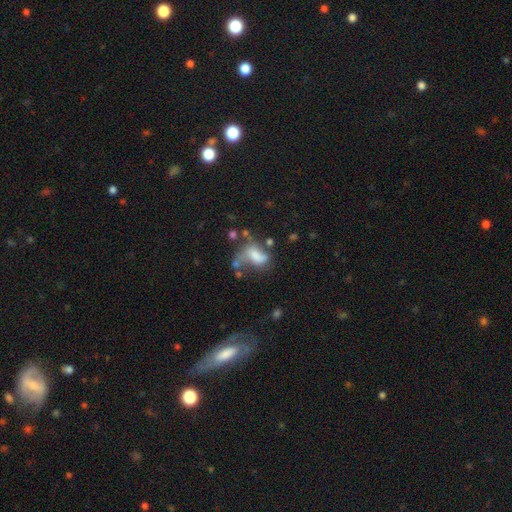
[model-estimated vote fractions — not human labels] smooth_or_featured: smooth (p=0.51) [alt: featured or disk p=0.35]
how_rounded: in between (p=0.83) [alt: round p=0.13]
merging: major disturbance (p=0.37) [alt: merger p=0.23]